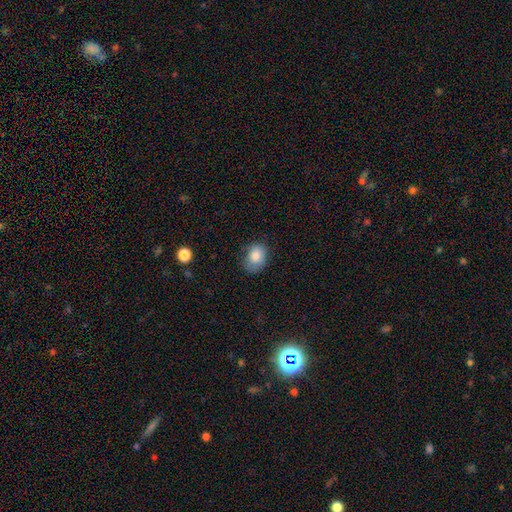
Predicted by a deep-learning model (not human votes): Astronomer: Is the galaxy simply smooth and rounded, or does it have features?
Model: smooth — 82%.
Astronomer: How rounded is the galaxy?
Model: in between — 65%.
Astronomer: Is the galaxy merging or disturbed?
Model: none — 65%.